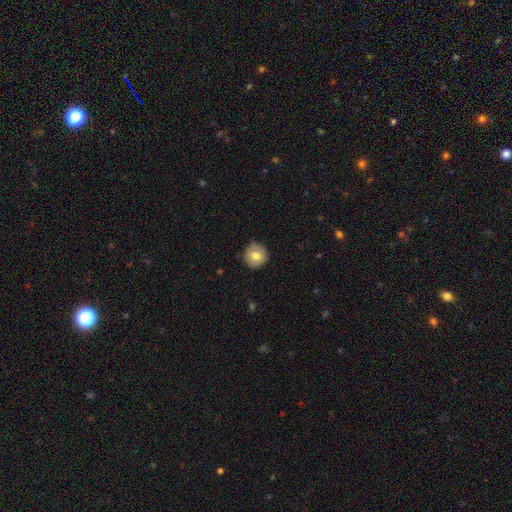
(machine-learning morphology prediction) The model was most divided on "smooth or featured": smooth: 76%, featured or disk: 16%, star or artifact: 9%. More confident: how rounded — round (93%); merging — none (83%).